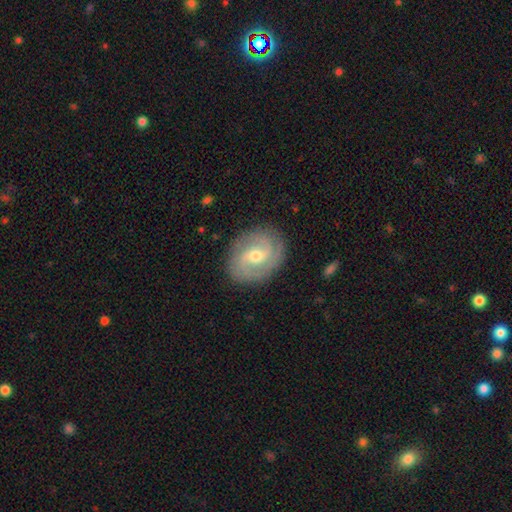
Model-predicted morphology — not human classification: This is clearly a featured or disk galaxy (84%). It is clearly not viewed edge-on (97%). Bar: possibly weak (47%). Spiral arm pattern: clearly yes (96%). Spiral arm count: likely 2 (61%). Spiral winding: possibly tight (51%). Central bulge: possibly moderate (56%). Merging: clearly none (84%).